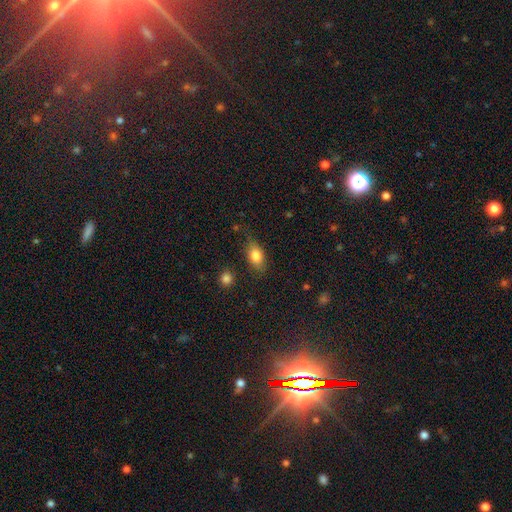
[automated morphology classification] The model was most divided on "merging": none: 75%, minor disturbance: 18%, major disturbance: 5%, merger: 2%. More confident: how rounded — in between (83%); smooth or featured — smooth (80%).